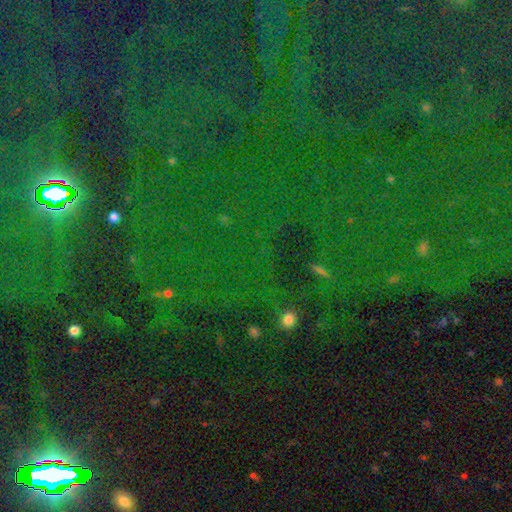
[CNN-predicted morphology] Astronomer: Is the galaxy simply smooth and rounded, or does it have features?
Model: star or artifact — 84%.